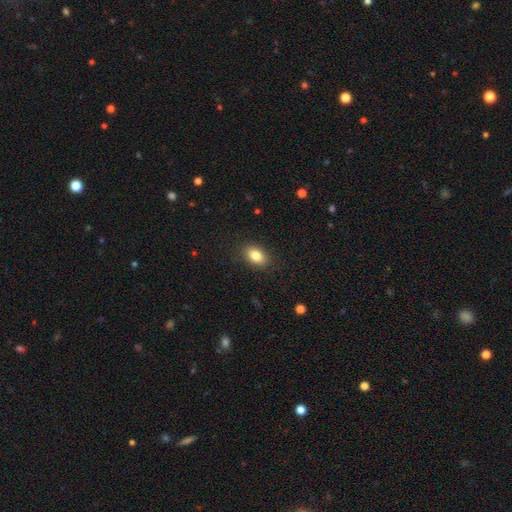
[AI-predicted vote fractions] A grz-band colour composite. It shows a smooth galaxy with no disk features (83%) that is in between round and cigar-shaped (84%). Merging: none (87%).